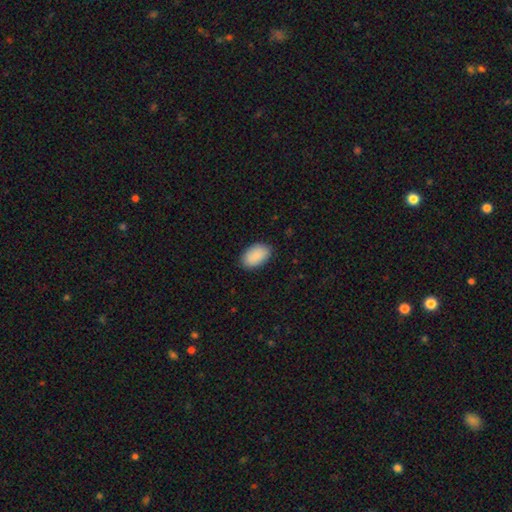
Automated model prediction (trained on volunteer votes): smooth_or_featured: smooth (p=0.91) [alt: star or artifact p=0.06]
how_rounded: in between (p=0.94) [alt: round p=0.05]
merging: none (p=0.87) [alt: minor disturbance p=0.10]